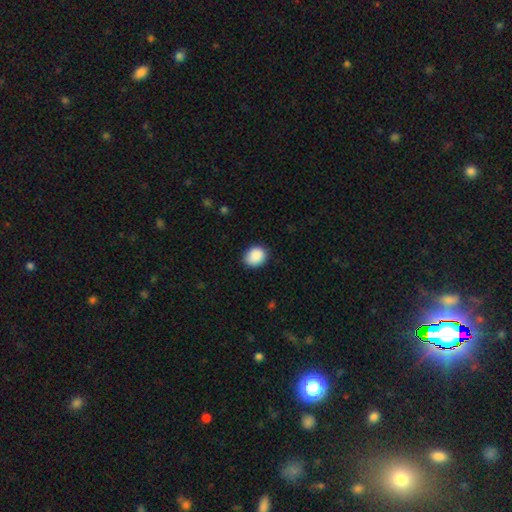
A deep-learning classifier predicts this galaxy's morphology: Q: Smooth or featured?
A: smooth (90%); runner-up: star or artifact (8%)
Q: How rounded?
A: round (58%); runner-up: in between (41%)
Q: Merging?
A: none (84%); runner-up: minor disturbance (13%)